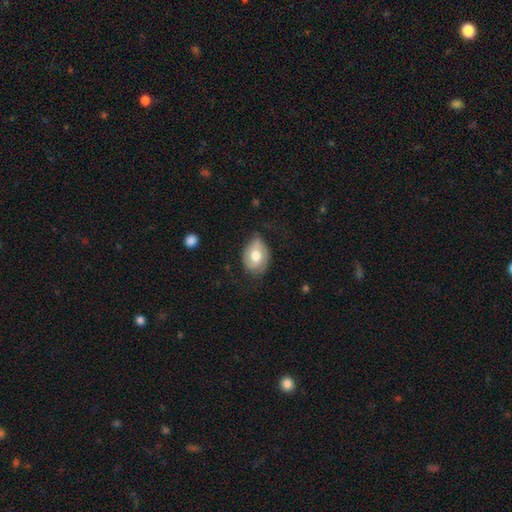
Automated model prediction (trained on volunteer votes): smooth 56%, featured or disk 38%, star or artifact 6%. Down the decision tree: how rounded — in between (67%); merging — none (56%).